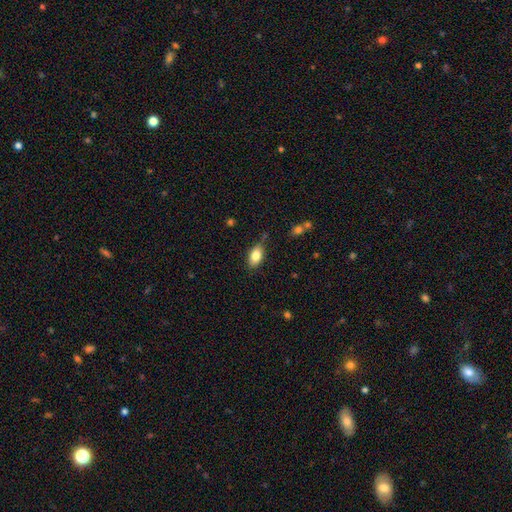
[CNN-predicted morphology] This appears to be a smooth galaxy with no disk features (82%) that is in between round and cigar-shaped (90%). Merging: none (75%).